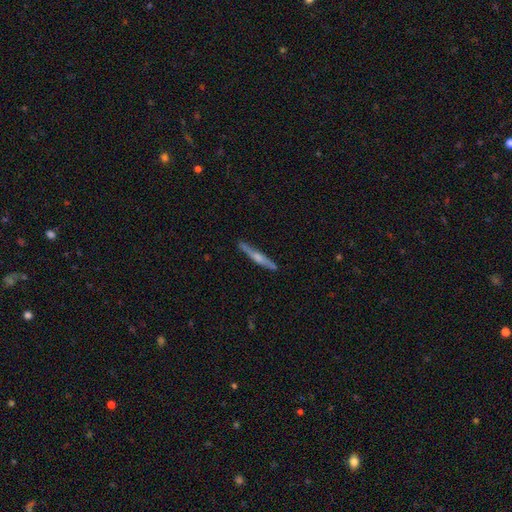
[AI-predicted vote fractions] The model was most divided on "smooth or featured": featured or disk: 70%, smooth: 24%, star or artifact: 6%. More confident: edge-on disk — yes (97%); merging — none (88%); edge-on bulge — rounded (77%).